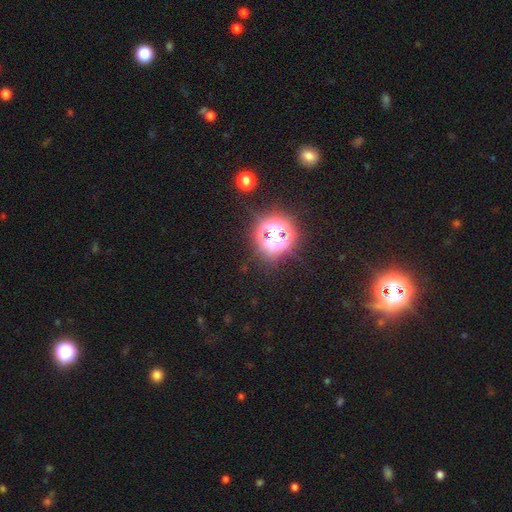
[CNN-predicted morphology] star or artifact 77%, smooth 16%, featured or disk 7%.